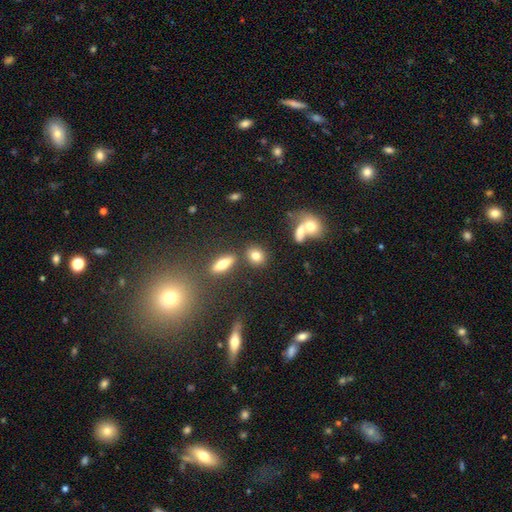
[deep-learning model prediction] Q: Smooth or featured?
A: smooth (77%); runner-up: featured or disk (12%)
Q: How rounded?
A: round (58%); runner-up: in between (38%)
Q: Merging?
A: none (75%); runner-up: merger (11%)